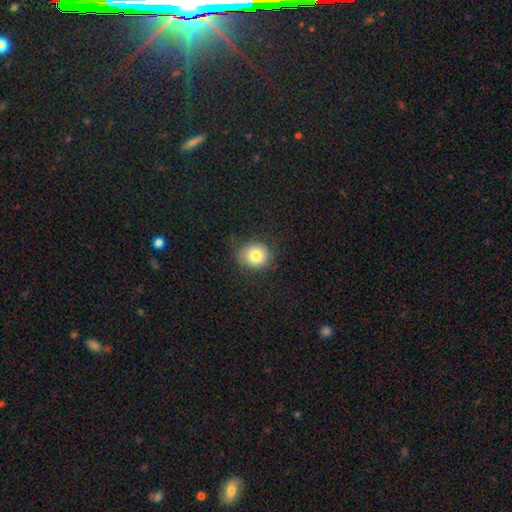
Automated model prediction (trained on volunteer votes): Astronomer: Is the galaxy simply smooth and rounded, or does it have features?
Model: smooth — 81%.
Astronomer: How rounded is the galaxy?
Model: round — 78%.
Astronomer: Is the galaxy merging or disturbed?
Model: none — 79%.